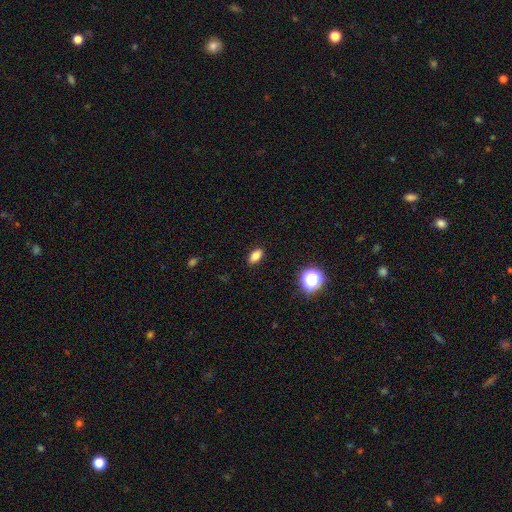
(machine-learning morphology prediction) A smooth galaxy with no disk features (81%) that is in between round and cigar-shaped (87%). Merging: none (89%).